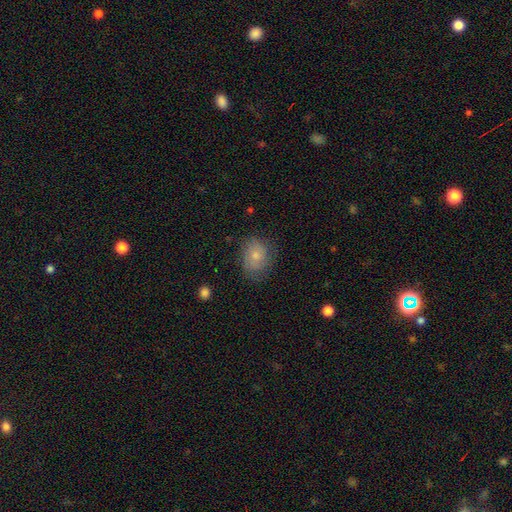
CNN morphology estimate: smooth-or-featured: smooth: 72% | featured or disk: 19% | star or artifact: 9%
  how-rounded: in between: 56% | round: 43% | cigar-shaped: 1%
  merging: none: 68% | minor disturbance: 23% | major disturbance: 8% | merger: 1%